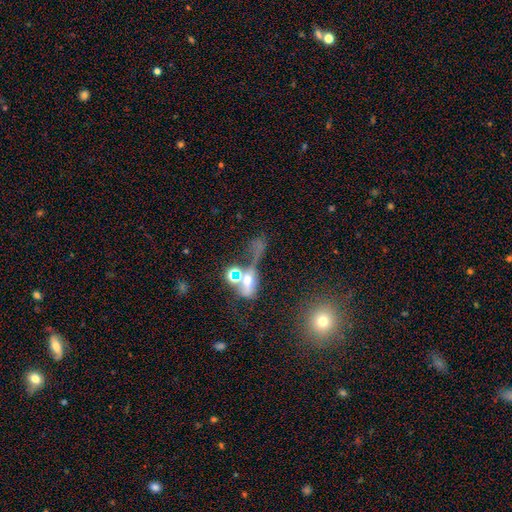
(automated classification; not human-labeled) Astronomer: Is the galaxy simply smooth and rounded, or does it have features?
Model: featured or disk — 37% (runner-up: smooth, 35%).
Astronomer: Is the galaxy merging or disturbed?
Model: merger — 47% (runner-up: none, 30%).